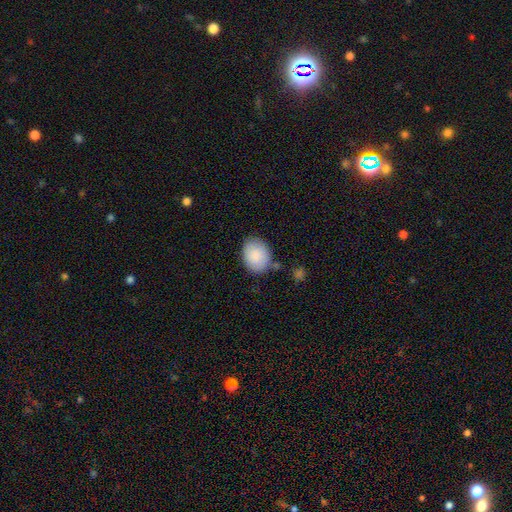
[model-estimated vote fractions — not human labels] A smooth galaxy with no disk features (87%) that is in between round and cigar-shaped (67%). Merging: none (76%).